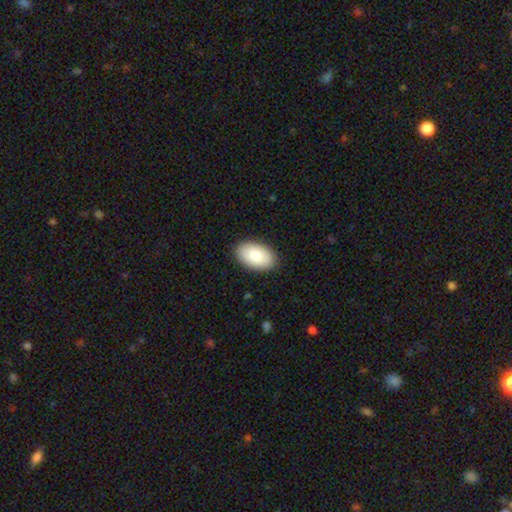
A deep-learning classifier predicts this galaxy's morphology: Q: Smooth or featured?
A: smooth (86%); runner-up: featured or disk (8%)
Q: How rounded?
A: in between (95%); runner-up: round (4%)
Q: Merging?
A: none (88%); runner-up: minor disturbance (9%)